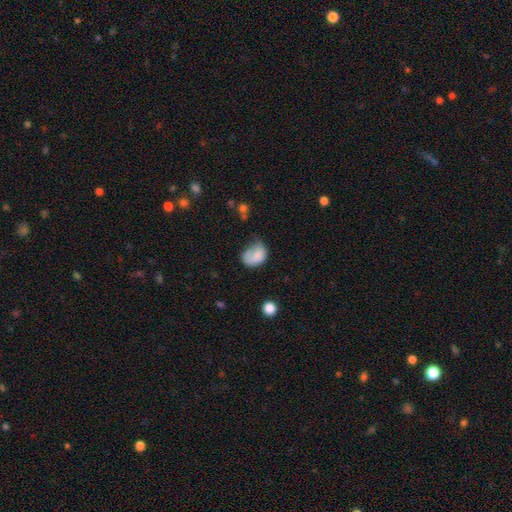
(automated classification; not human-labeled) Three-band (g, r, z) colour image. It shows a smooth galaxy with no disk features (74%) that is in between round and cigar-shaped (64%). Merging: minor disturbance (36%).